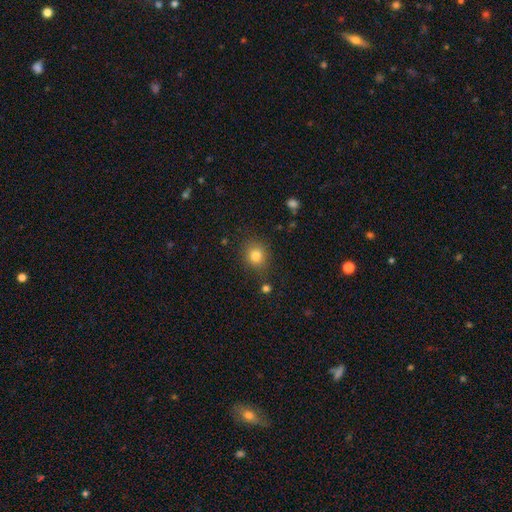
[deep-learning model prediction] A smooth galaxy with no disk features (82%) that is round (79%). Merging: none (82%).